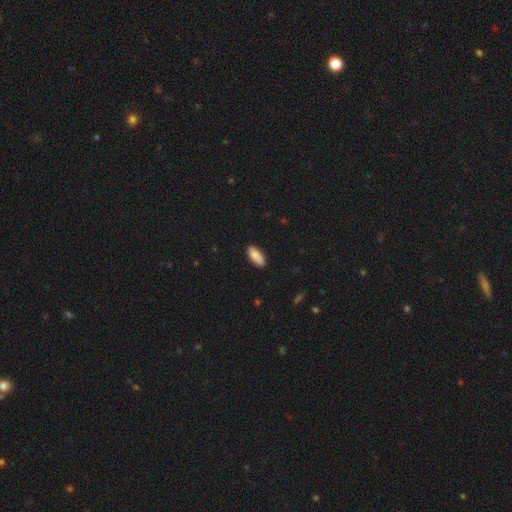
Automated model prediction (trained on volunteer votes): smooth-or-featured: smooth: 89% | star or artifact: 6% | featured or disk: 5%
  how-rounded: in between: 83% | cigar-shaped: 15% | round: 2%
  merging: none: 89% | minor disturbance: 9% | major disturbance: 2% | merger: 1%